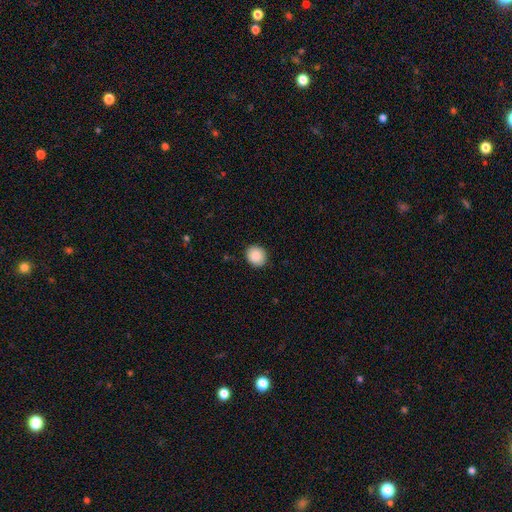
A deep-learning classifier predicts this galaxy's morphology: Smooth or featured? smooth (89%)
How rounded? round (75%)
Merging? none (90%)